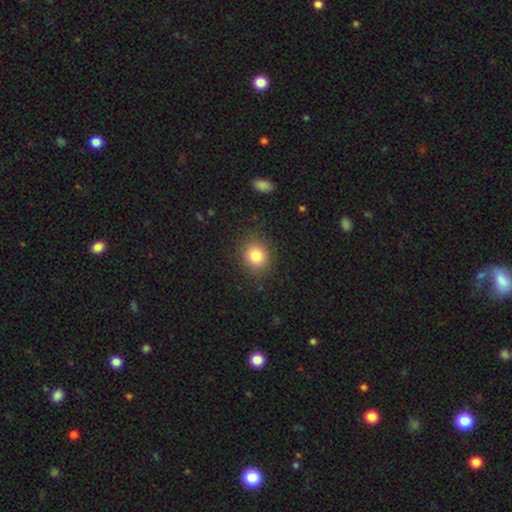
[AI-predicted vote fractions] A smooth galaxy with no disk features (82%) that is round (74%). Merging: none (88%).